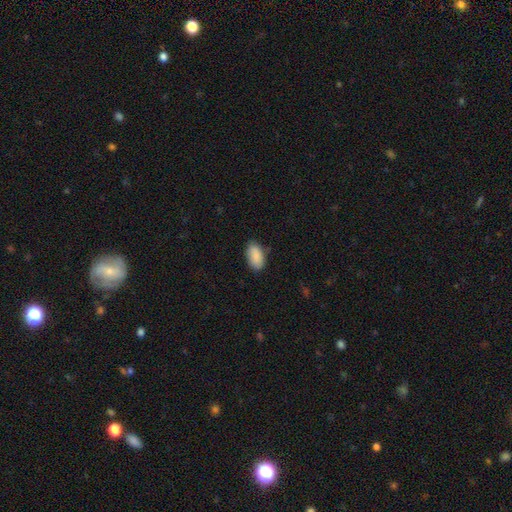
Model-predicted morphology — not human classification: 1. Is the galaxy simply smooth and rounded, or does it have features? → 89% smooth, 7% star or artifact, 4% featured or disk.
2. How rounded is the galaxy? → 94% in between, 4% round, 2% cigar-shaped.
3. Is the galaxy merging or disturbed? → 78% none, 18% minor disturbance, 3% major disturbance, 1% merger.